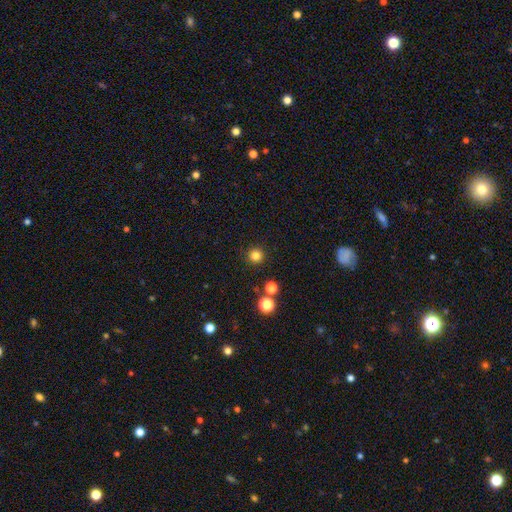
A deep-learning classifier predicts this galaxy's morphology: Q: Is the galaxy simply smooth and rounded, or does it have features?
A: smooth — 82%.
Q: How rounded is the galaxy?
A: round — 96%.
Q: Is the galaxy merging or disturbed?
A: none — 91%.